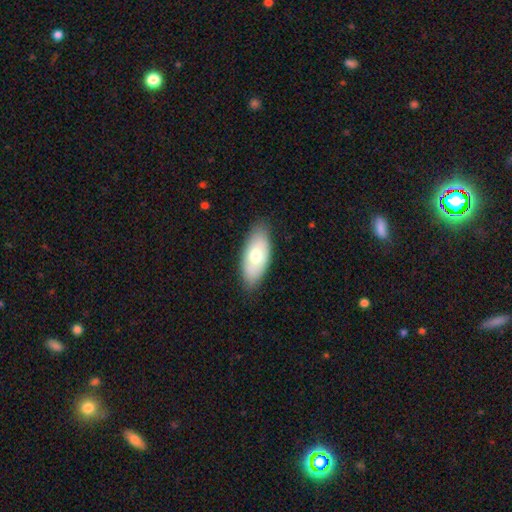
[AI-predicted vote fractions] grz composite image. It shows a smooth galaxy with no disk features (65%) that is in between round and cigar-shaped (87%). Merging: none (83%).